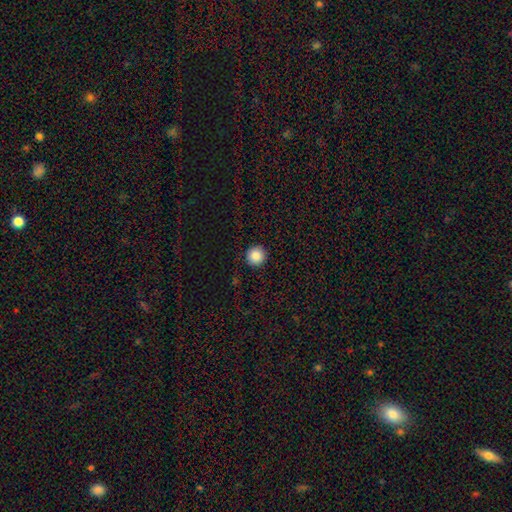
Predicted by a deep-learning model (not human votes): Morphology: type=smooth (87%); roundness=round (95%); merging=none (92%).